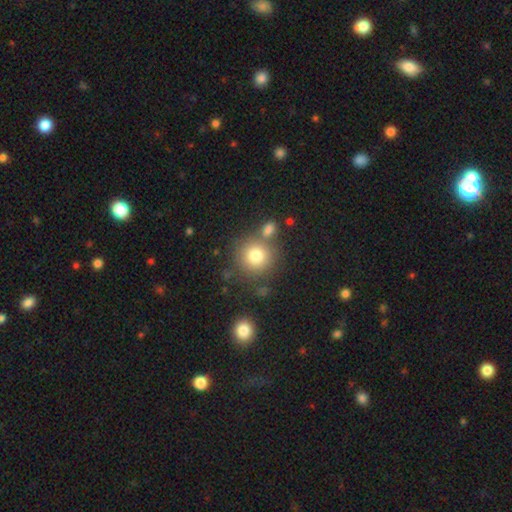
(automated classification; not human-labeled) smooth 79%, star or artifact 11%, featured or disk 10%. Down the decision tree: how rounded — round (92%); merging — none (69%).